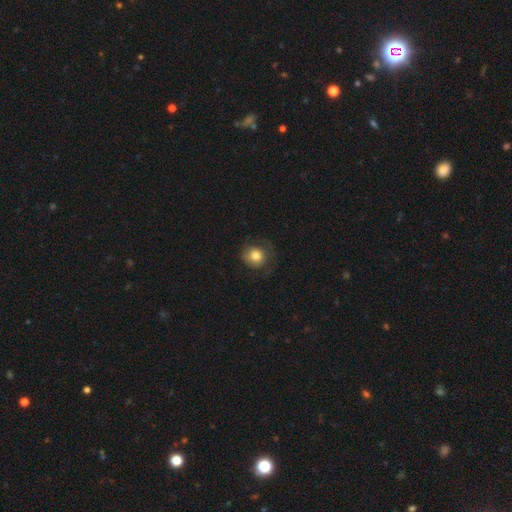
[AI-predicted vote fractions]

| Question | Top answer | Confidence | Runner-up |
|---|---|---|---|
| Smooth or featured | smooth | 77% | featured or disk (14%) |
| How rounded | round | 85% | in between (14%) |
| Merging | none | 65% | minor disturbance (20%) |